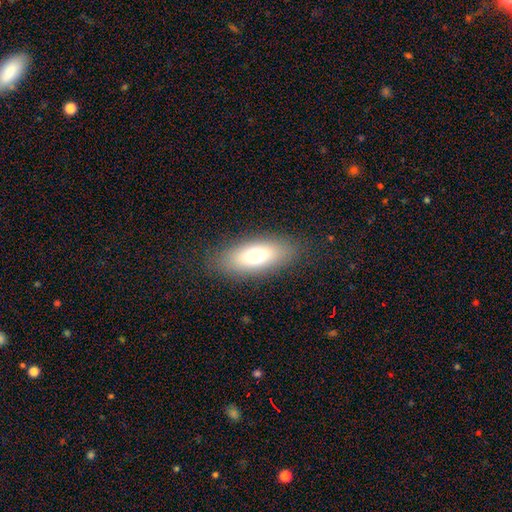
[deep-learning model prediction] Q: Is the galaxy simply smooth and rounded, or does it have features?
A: smooth — 74%.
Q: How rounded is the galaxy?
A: in between — 75%.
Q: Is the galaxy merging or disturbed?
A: none — 85%.